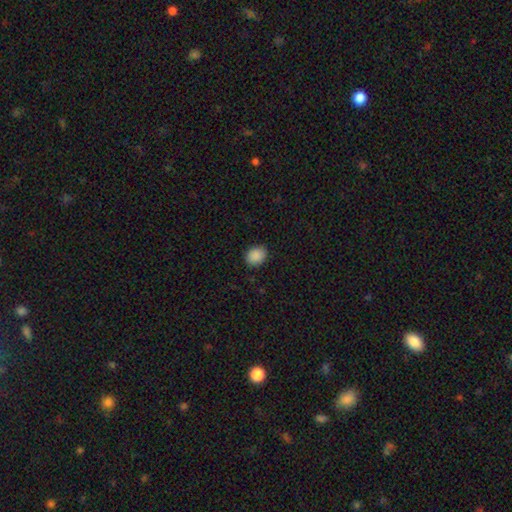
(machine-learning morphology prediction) The model was most divided on "how rounded": round: 52%, in between: 47%, cigar-shaped: 1%. More confident: smooth or featured — smooth (89%); merging — none (87%).